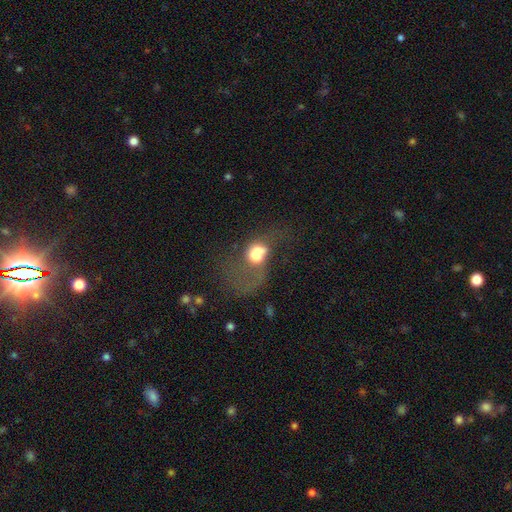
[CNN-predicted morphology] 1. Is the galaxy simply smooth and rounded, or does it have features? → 49% smooth, 39% featured or disk, 12% star or artifact.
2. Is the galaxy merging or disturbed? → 51% merger, 28% major disturbance, 12% none, 8% minor disturbance.